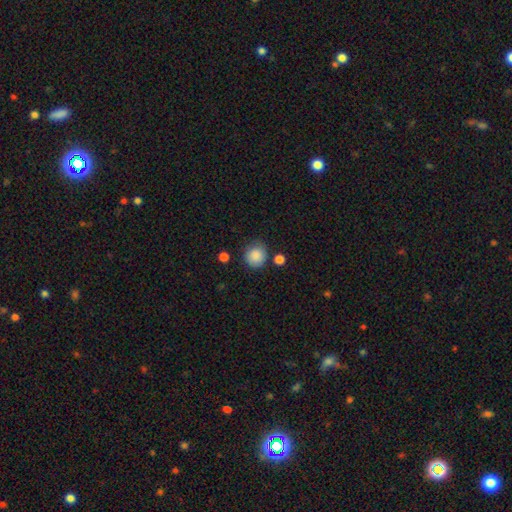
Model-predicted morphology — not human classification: This appears to be a smooth galaxy with no disk features (87%) that is round (87%). Merging: none (73%).